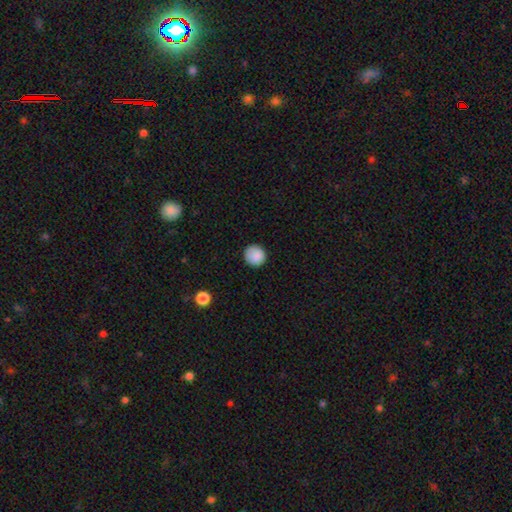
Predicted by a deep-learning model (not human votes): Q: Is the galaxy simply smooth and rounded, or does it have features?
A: smooth — 87%.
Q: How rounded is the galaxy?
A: round — 93%.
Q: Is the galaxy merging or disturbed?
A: none — 87%.